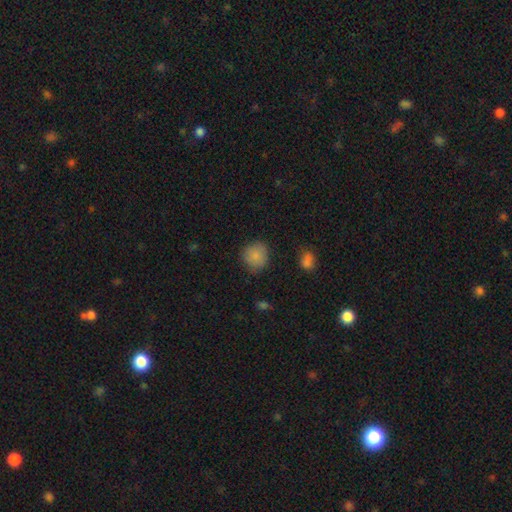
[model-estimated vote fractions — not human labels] smooth 85%, star or artifact 9%, featured or disk 6%. Down the decision tree: how rounded — round (86%); merging — none (80%).